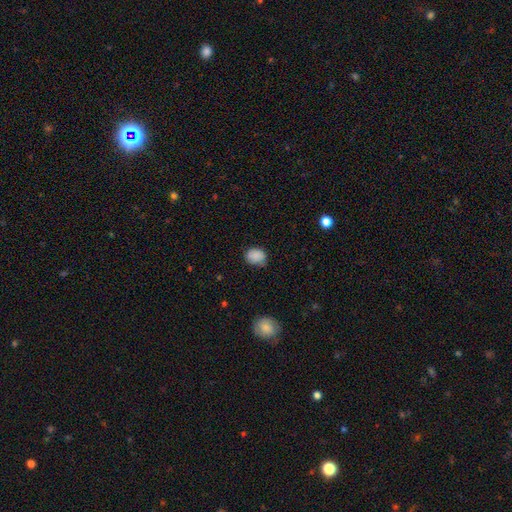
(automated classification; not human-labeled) Smooth or featured? smooth (84%)
How rounded? round (51%)
Merging? none (67%)